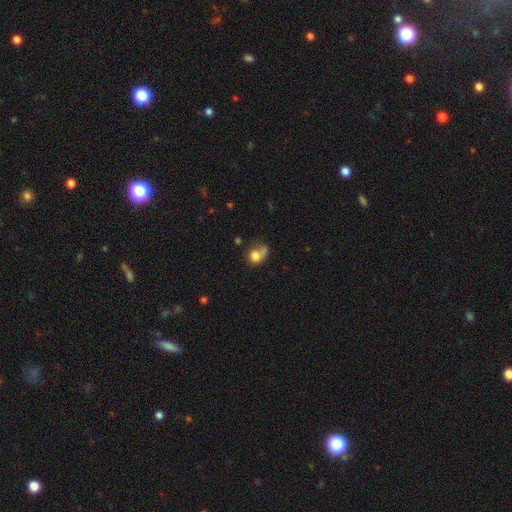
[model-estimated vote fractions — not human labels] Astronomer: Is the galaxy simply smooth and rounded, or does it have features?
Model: smooth — 73%.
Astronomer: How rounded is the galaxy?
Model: round — 61% (runner-up: in between, 38%).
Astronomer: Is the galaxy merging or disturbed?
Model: none — 34% (runner-up: merger, 24%).